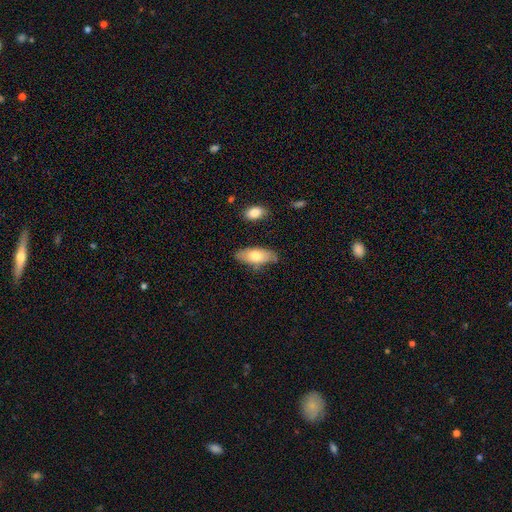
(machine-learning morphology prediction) smooth 71%, featured or disk 22%, star or artifact 6%. Down the decision tree: how rounded — in between (82%); merging — none (76%).